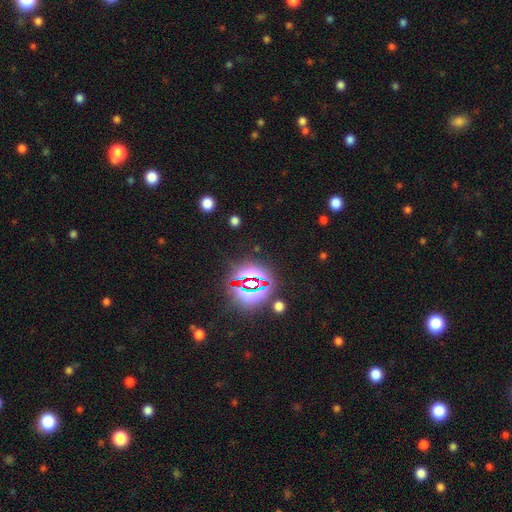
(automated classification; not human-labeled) A star or artifact, not a galaxy (84%).